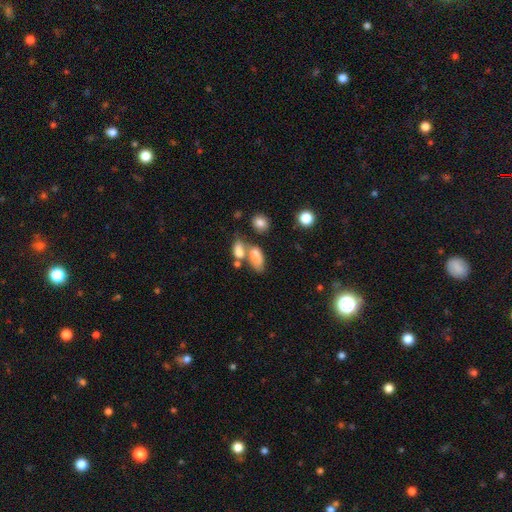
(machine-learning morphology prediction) smooth-or-featured: smooth: 76% | featured or disk: 14% | star or artifact: 10%
  how-rounded: in between: 87% | round: 7% | cigar-shaped: 6%
  merging: merger: 46% | none: 30% | minor disturbance: 14% | major disturbance: 10%